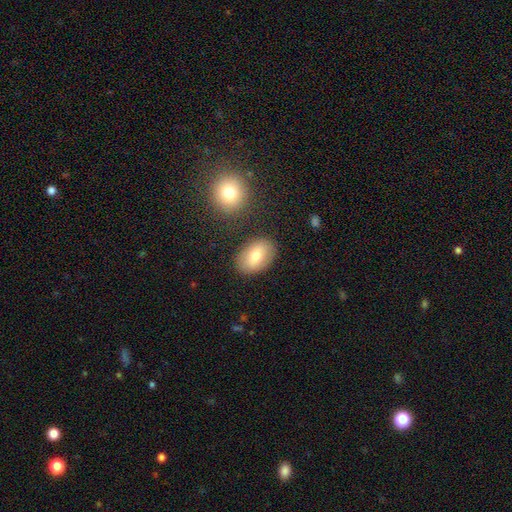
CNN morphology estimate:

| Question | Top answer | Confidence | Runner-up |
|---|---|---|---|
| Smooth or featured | smooth | 72% | featured or disk (20%) |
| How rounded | in between | 86% | round (12%) |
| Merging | none | 82% | minor disturbance (11%) |